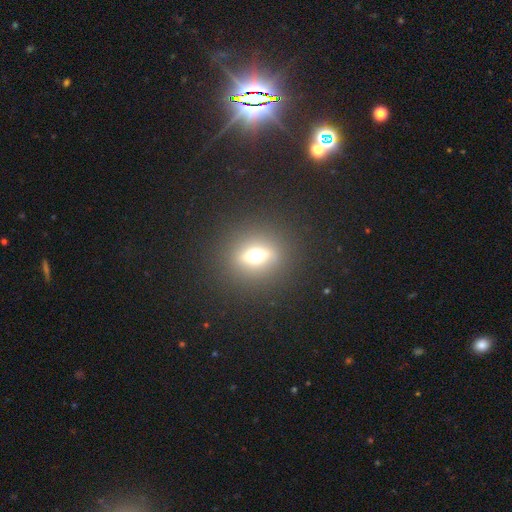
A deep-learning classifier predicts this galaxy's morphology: A smooth galaxy with no disk features (45%). Merging: none (86%).